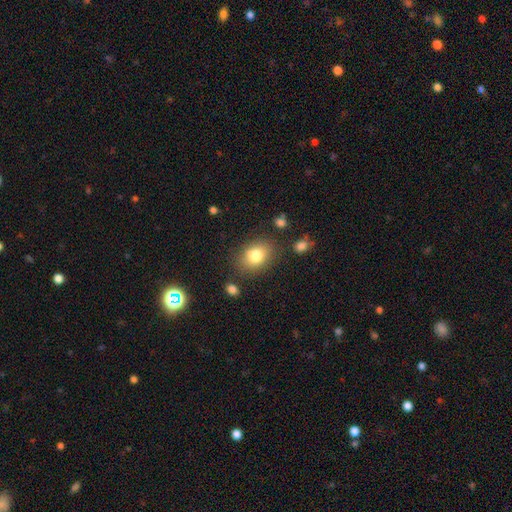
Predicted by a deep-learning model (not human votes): Q: Smooth or featured?
A: smooth (79%); runner-up: featured or disk (11%)
Q: How rounded?
A: in between (65%); runner-up: round (34%)
Q: Merging?
A: none (77%); runner-up: minor disturbance (14%)